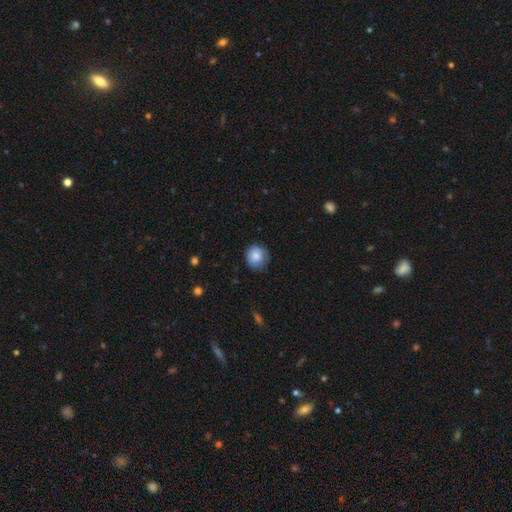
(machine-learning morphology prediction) Q: Smooth or featured?
A: smooth (82%); runner-up: featured or disk (11%)
Q: How rounded?
A: round (86%); runner-up: in between (13%)
Q: Merging?
A: none (75%); runner-up: minor disturbance (20%)